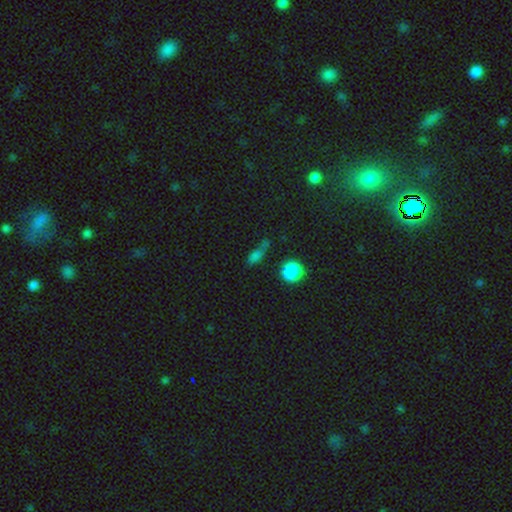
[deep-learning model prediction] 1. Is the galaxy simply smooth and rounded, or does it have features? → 68% smooth, 21% star or artifact, 11% featured or disk.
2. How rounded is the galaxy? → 50% in between, 25% round, 25% cigar-shaped.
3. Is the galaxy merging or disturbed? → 52% none, 21% minor disturbance, 14% merger, 13% major disturbance.